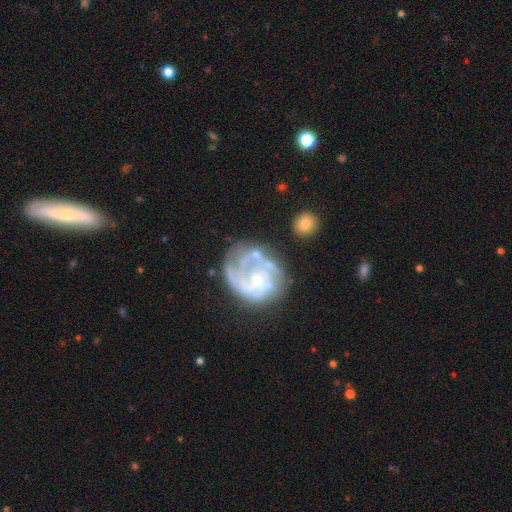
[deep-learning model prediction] smooth_or_featured: featured or disk (p=0.83) [alt: smooth p=0.11]
disk_edge_on: no (p=0.98) [alt: yes p=0.02]
bar: no (p=0.72) [alt: weak p=0.23]
has_spiral_arms: yes (p=0.87) [alt: no p=0.13]
spiral_winding: tight (p=0.59) [alt: medium p=0.31]
spiral_arm_count: can't tell (p=0.33) [alt: 3 p=0.25]
bulge_size: small (p=0.51) [alt: moderate p=0.42]
merging: none (p=0.50) [alt: minor disturbance p=0.23]